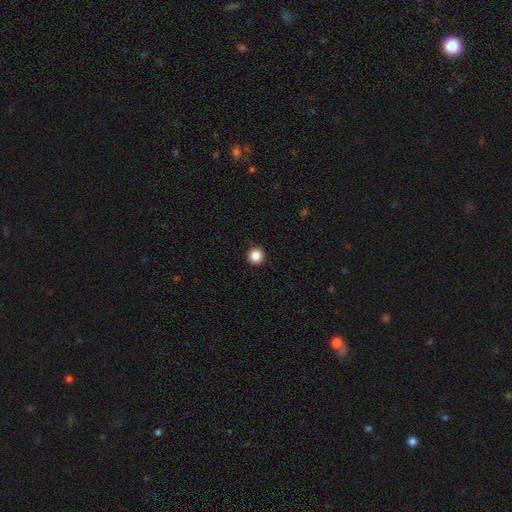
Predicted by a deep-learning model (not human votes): Morphology: type=smooth (86%); roundness=round (96%); merging=none (94%).